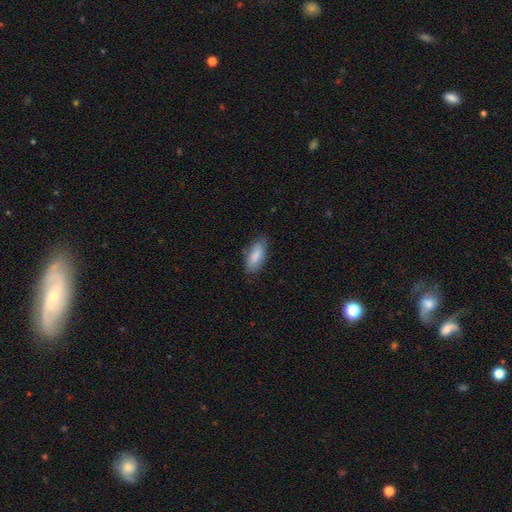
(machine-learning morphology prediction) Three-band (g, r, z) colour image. It shows a smooth galaxy with no disk features (84%) that is in between round and cigar-shaped (84%). Merging: none (77%).